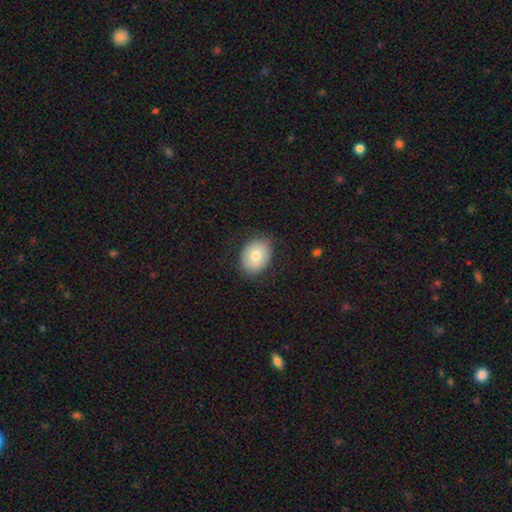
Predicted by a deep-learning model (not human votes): Smooth or featured: smooth — 77% (featured or disk — 15%)
How rounded: in between — 61% (round — 38%)
Merging: none — 79% (minor disturbance — 16%)